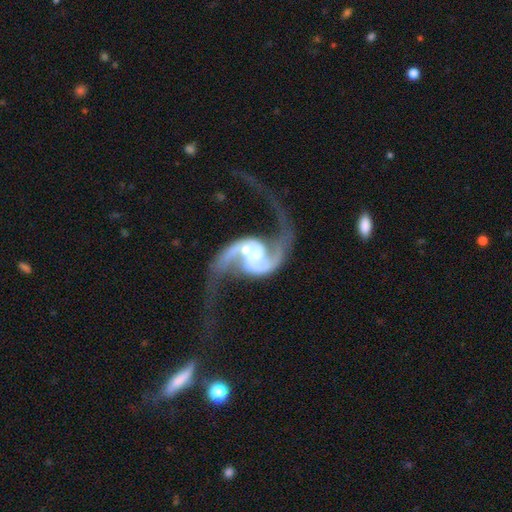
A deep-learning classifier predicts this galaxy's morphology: Smooth or featured? featured or disk (92%)
Edge-on disk? no (98%)
Bar? no (51%)
Spiral arms? yes (97%)
Spiral winding? loose (71%)
Spiral arm count? 2 (93%)
Bulge size? moderate (46%)
Merging? none (39%)